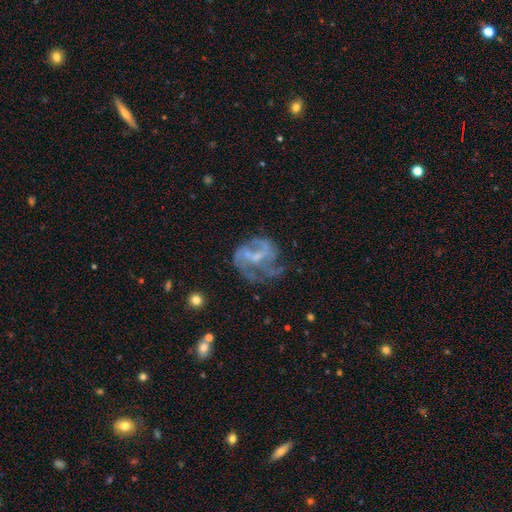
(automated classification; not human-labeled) Smooth or featured: featured or disk — 77% (smooth — 14%)
Edge-on disk: no — 98% (yes — 2%)
Bar: weak — 44% (no — 41%)
Spiral arms: yes — 76% (no — 24%)
Spiral winding: medium — 45% (loose — 30%)
Spiral arm count: can't tell — 28% (3 — 27%)
Bulge size: small — 46% (none — 30%)
Merging: none — 43% (major disturbance — 32%)